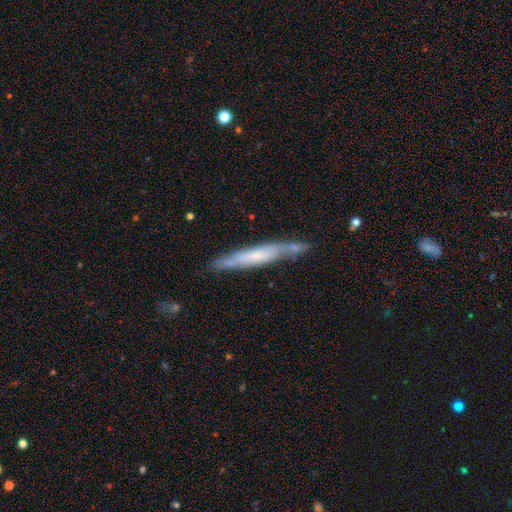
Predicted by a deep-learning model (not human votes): featured or disk 53%, smooth 41%, star or artifact 6%. Down the decision tree: edge-on disk — yes (84%); merging — none (71%).